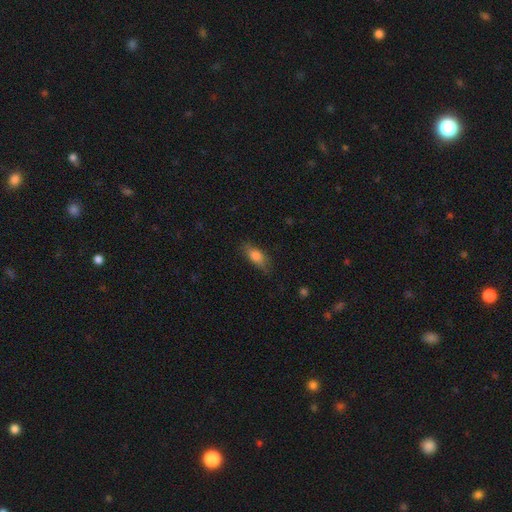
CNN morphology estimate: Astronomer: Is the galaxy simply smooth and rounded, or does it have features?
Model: smooth — 77%.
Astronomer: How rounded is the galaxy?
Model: in between — 77%.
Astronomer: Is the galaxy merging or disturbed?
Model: none — 73%.